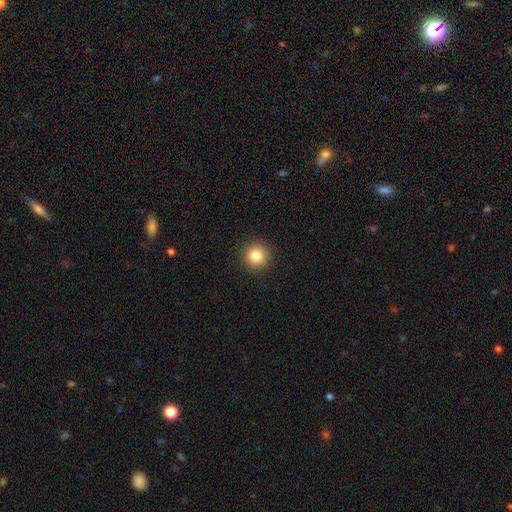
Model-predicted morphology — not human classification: The model was most divided on "smooth or featured": smooth: 83%, star or artifact: 11%, featured or disk: 6%. More confident: how rounded — round (95%); merging — none (92%).